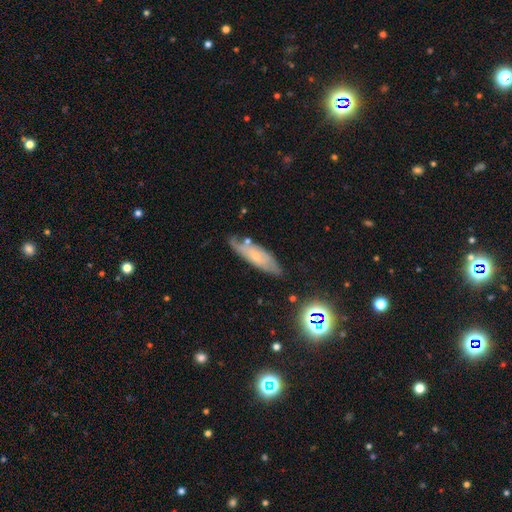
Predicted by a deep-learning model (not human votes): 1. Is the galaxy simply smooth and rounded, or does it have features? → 47% featured or disk, 43% smooth, 10% star or artifact.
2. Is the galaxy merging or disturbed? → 64% none, 25% minor disturbance, 6% major disturbance, 4% merger.